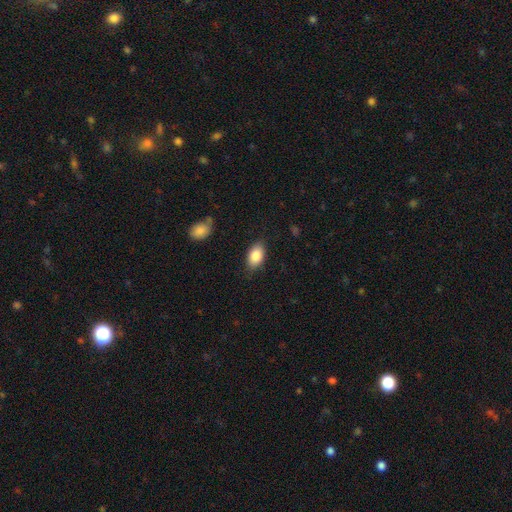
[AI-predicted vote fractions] Overall: smooth (85%). How rounded: in between (91%). Merging: none (83%).